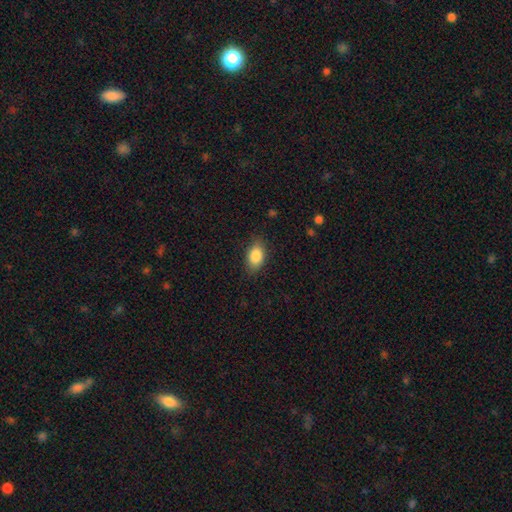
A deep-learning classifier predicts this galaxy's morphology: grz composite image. It shows a smooth galaxy with no disk features (86%) that is in between round and cigar-shaped (88%). Merging: none (83%).